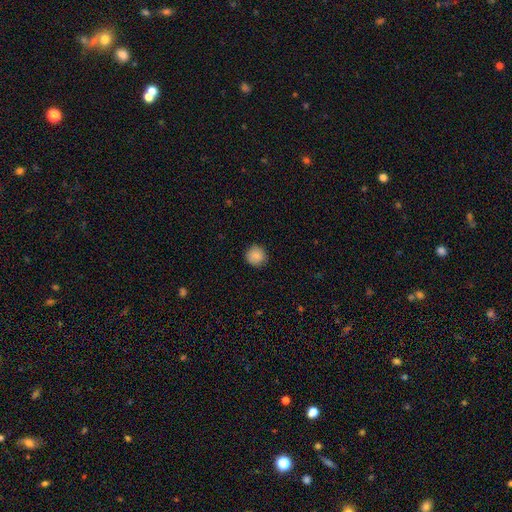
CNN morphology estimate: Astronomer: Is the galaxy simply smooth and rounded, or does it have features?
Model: smooth — 87%.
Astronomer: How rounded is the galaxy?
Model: round — 93%.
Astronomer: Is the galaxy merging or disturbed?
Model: none — 90%.